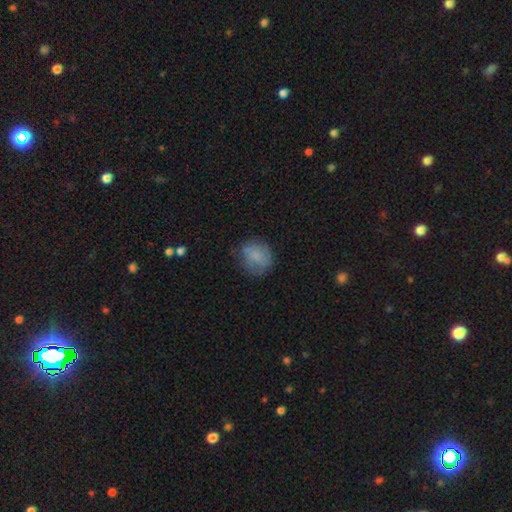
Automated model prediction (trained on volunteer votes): A smooth galaxy with no disk features (74%) that is round (73%).

Vote fractions:
- Smooth or featured? smooth: 74% / featured or disk: 17% / star or artifact: 9%
- How rounded? round: 73% / in between: 26% / cigar-shaped: 1%
- Merging? none: 63% / minor disturbance: 25% / major disturbance: 10% / merger: 2%